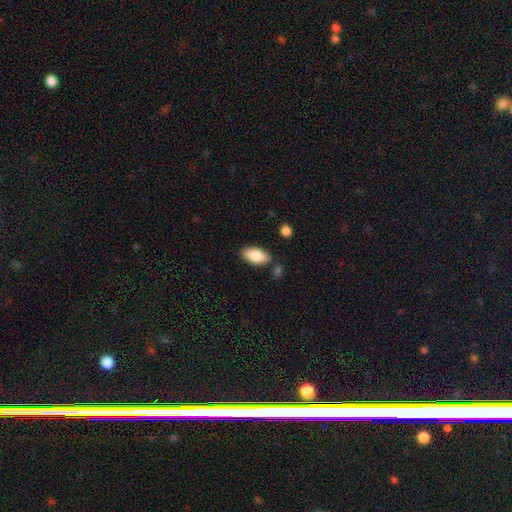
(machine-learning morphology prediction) Smooth or featured? smooth (83%)
How rounded? in between (92%)
Merging? none (84%)